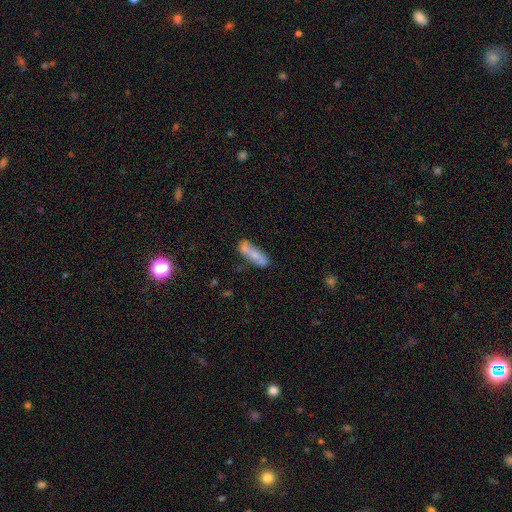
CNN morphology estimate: smooth-or-featured: smooth: 59% | featured or disk: 34% | star or artifact: 7%
  how-rounded: cigar-shaped: 62% | in between: 36% | round: 2%
  merging: none: 60% | minor disturbance: 23% | merger: 11% | major disturbance: 7%